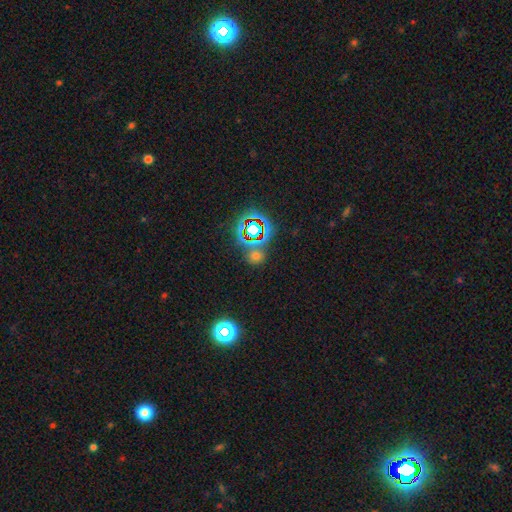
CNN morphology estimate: Smooth or featured? Predicted: smooth (p=0.46, tied with star or artifact). Merging? Predicted: none (p=0.69).